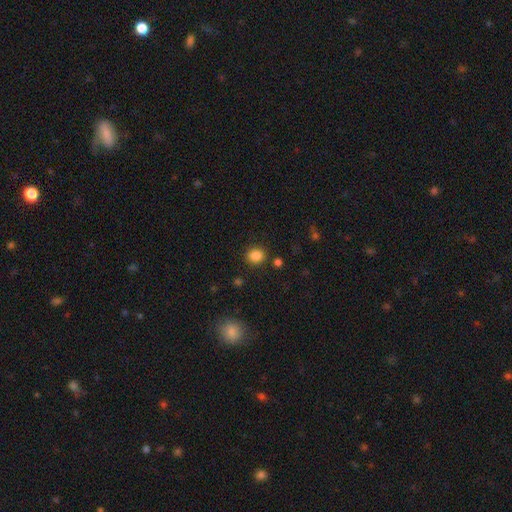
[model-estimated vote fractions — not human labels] Q: Smooth or featured?
A: smooth (85%); runner-up: star or artifact (12%)
Q: How rounded?
A: round (82%); runner-up: in between (17%)
Q: Merging?
A: none (86%); runner-up: minor disturbance (8%)